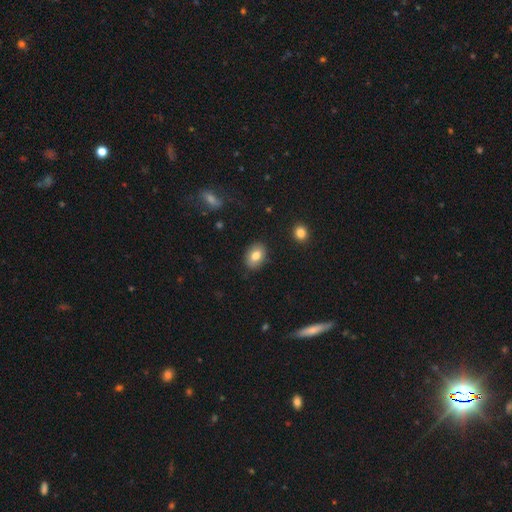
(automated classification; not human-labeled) smooth 79%, featured or disk 13%, star or artifact 8%. Down the decision tree: how rounded — in between (79%); merging — none (87%).